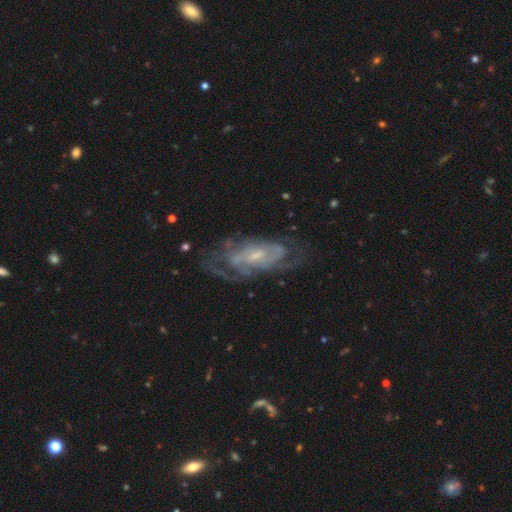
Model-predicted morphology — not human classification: Smooth or featured?
  - featured or disk: 79% *
  - smooth: 14%
  - star or artifact: 8%
Edge-on disk?
  - no: 91% *
  - yes: 9%
Bar?
  - no: 57% *
  - weak: 35%
  - strong: 8%
Spiral arms?
  - yes: 82% *
  - no: 18%
Spiral winding?
  - tight: 51% *
  - medium: 37%
  - loose: 12%
Spiral arm count?
  - can't tell: 50% *
  - 2: 26%
  - 3: 11%
  - 4: 5%
  - 1: 4%
  - more than 4: 3%
Bulge size?
  - small: 56% *
  - moderate: 31%
  - none: 9%
  - large: 2%
  - dominant: 1%
Merging?
  - none: 61% *
  - minor disturbance: 21%
  - major disturbance: 15%
  - merger: 2%